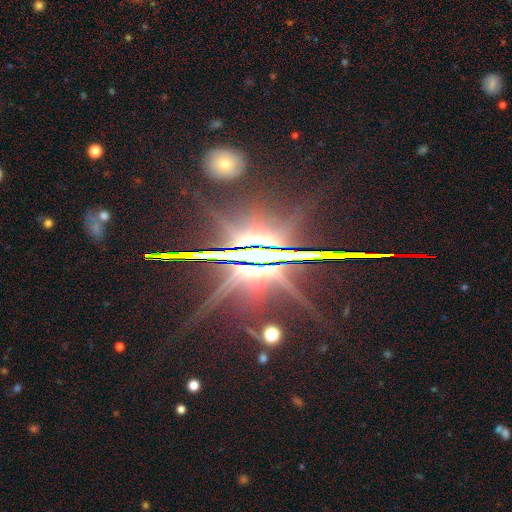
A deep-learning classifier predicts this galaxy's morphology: smooth_or_featured: star or artifact (p=0.73) [alt: featured or disk p=0.19]